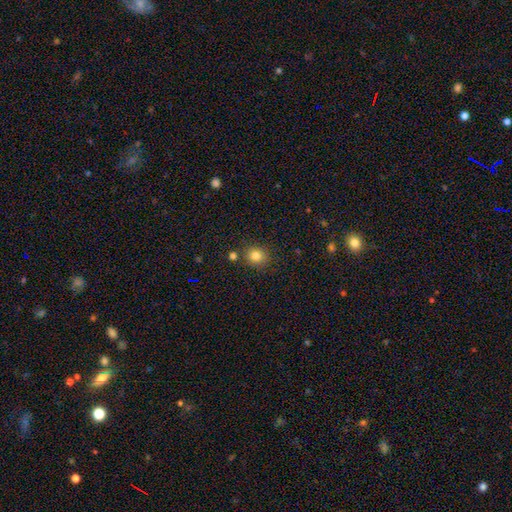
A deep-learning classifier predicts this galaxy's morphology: The model was most divided on "how rounded": round: 81%, in between: 18%, cigar-shaped: 1%. More confident: smooth or featured — smooth (82%); merging — none (82%).